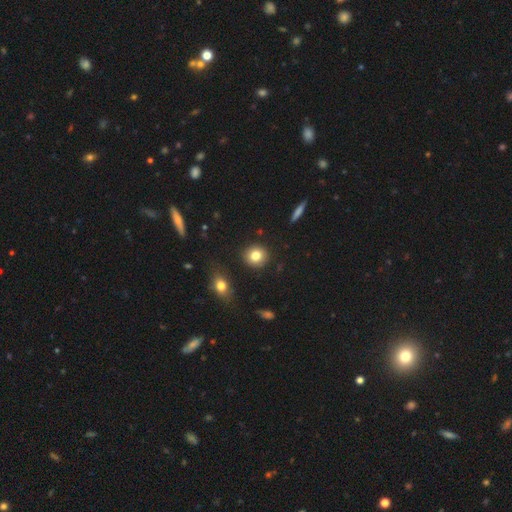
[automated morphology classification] This is clearly a smooth galaxy (82%). How rounded: clearly round (85%). Merging: clearly none (89%).